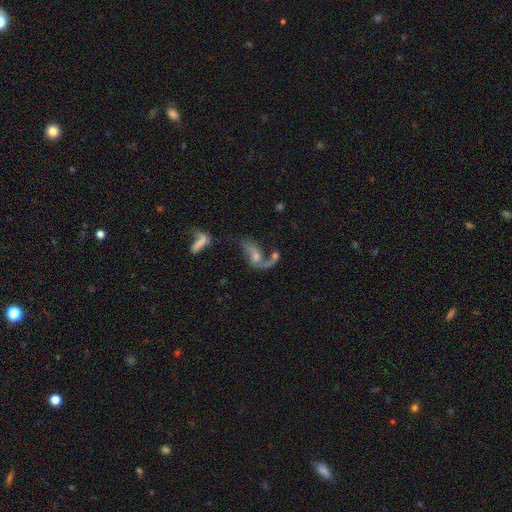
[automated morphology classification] smooth_or_featured: featured or disk (p=0.70) [alt: smooth p=0.18]
disk_edge_on: no (p=0.93) [alt: yes p=0.07]
bar: no (p=0.64) [alt: weak p=0.27]
has_spiral_arms: yes (p=0.80) [alt: no p=0.20]
spiral_winding: loose (p=0.75) [alt: medium p=0.19]
spiral_arm_count: 2 (p=0.52) [alt: 1 p=0.39]
bulge_size: moderate (p=0.45) [alt: small p=0.37]
merging: merger (p=0.31) [alt: none p=0.29]